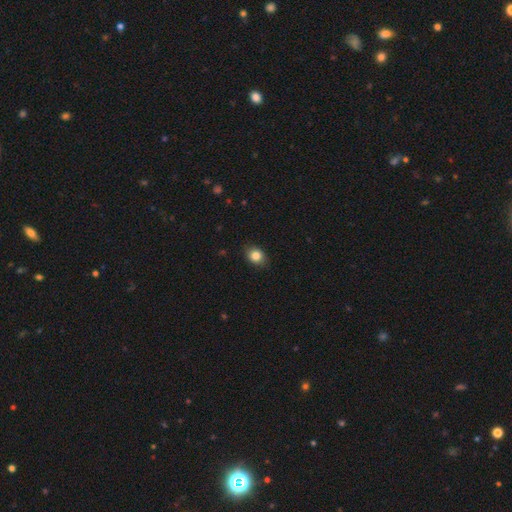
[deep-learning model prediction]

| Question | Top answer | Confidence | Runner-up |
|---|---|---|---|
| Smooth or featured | smooth | 85% | star or artifact (9%) |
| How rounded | round | 50% | in between (49%) |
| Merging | none | 84% | minor disturbance (13%) |